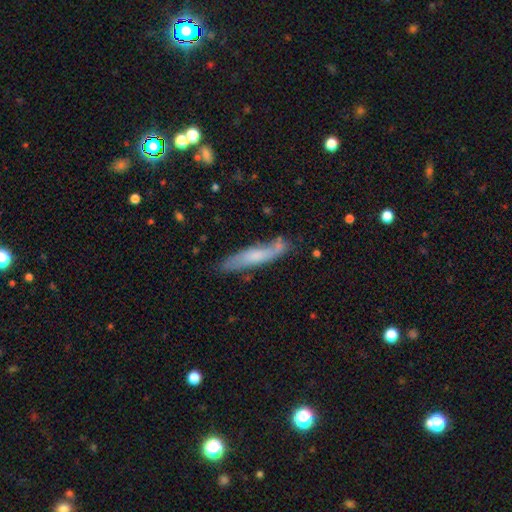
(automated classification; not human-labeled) Overall: smooth (59%; featured or disk 35%). How rounded: cigar-shaped (85%). Merging: none (69%).